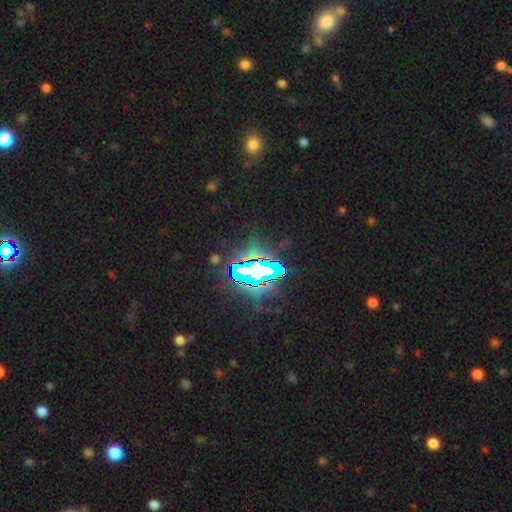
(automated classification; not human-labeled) This is clearly a star or artifact rather than a galaxy (82%).